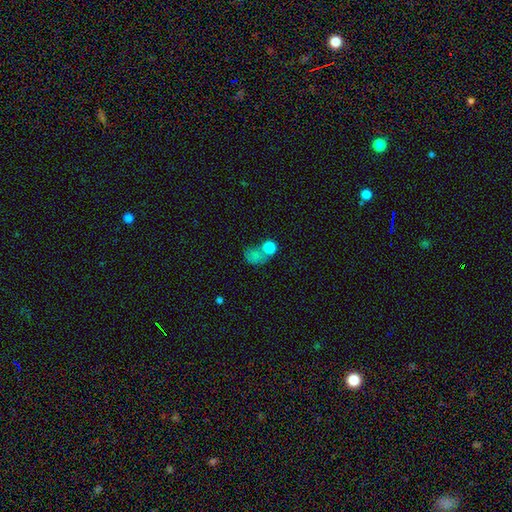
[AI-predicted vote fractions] smooth_or_featured: smooth (p=0.71) [alt: star or artifact p=0.17]
how_rounded: round (p=0.61) [alt: in between p=0.37]
merging: merger (p=0.35) [alt: none p=0.34]